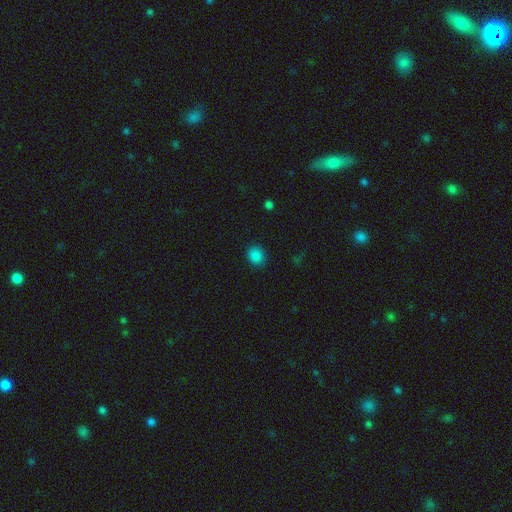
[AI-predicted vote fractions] smooth_or_featured: smooth (p=0.85) [alt: star or artifact p=0.12]
how_rounded: round (p=0.67) [alt: in between p=0.32]
merging: none (p=0.87) [alt: minor disturbance p=0.09]